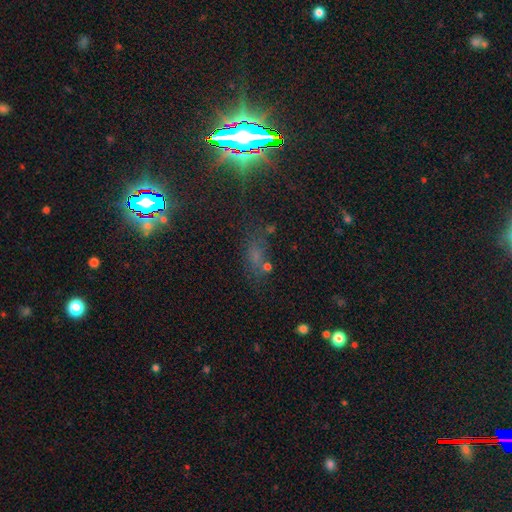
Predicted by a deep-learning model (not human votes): smooth-or-featured: star or artifact: 54% | smooth: 30% | featured or disk: 16%